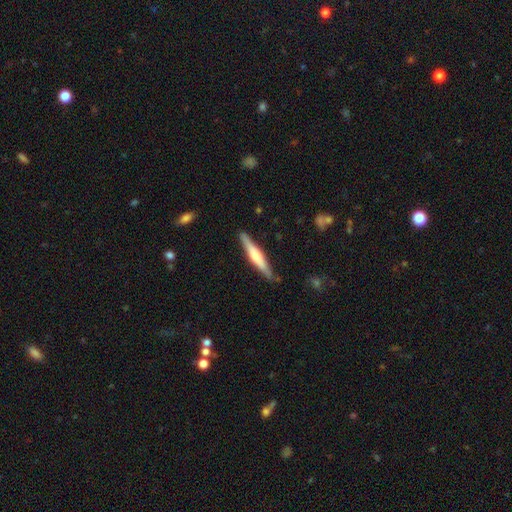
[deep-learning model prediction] smooth-or-featured: featured or disk: 53% | smooth: 42% | star or artifact: 5%
  disk-edge-on: yes: 97% | no: 3%
    edge-on-bulge: rounded: 59% | boxy: 25% | none: 15%
  merging: none: 86% | minor disturbance: 11% | major disturbance: 2% | merger: 1%